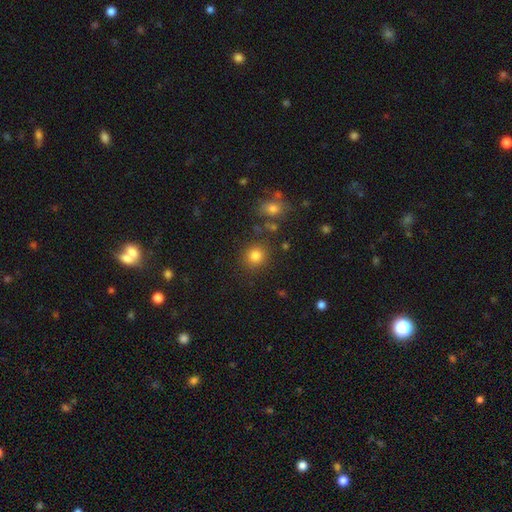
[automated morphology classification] smooth-or-featured: smooth: 82% | star or artifact: 13% | featured or disk: 6%
  how-rounded: round: 87% | in between: 12% | cigar-shaped: 1%
  merging: none: 84% | minor disturbance: 8% | merger: 4% | major disturbance: 3%